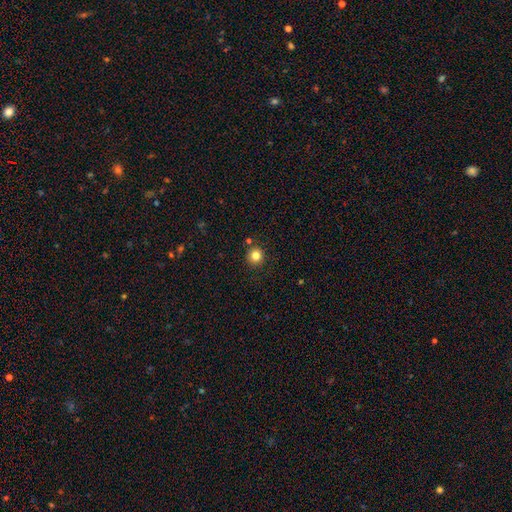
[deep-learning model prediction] Q: Smooth or featured?
A: smooth (81%); runner-up: star or artifact (13%)
Q: How rounded?
A: round (93%); runner-up: in between (6%)
Q: Merging?
A: none (88%); runner-up: minor disturbance (6%)